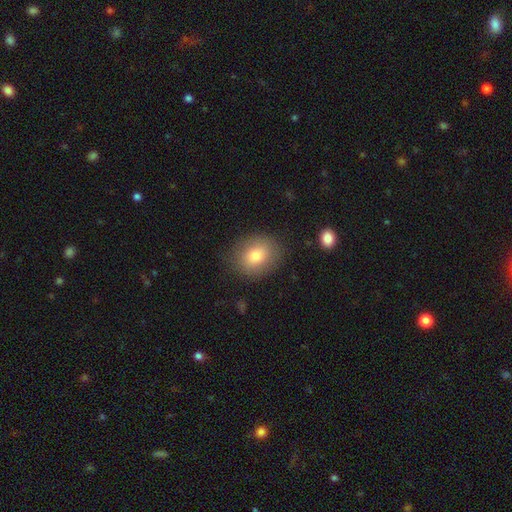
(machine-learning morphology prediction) smooth_or_featured: smooth (p=0.80) [alt: featured or disk p=0.11]
how_rounded: round (p=0.53) [alt: in between p=0.47]
merging: none (p=0.84) [alt: minor disturbance p=0.11]